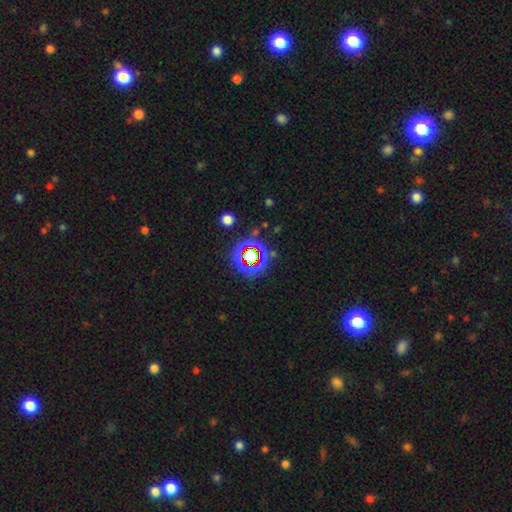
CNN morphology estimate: A star or artifact, not a galaxy (74%).

Vote fractions:
- Smooth or featured? star or artifact: 74% / smooth: 16% / featured or disk: 10%